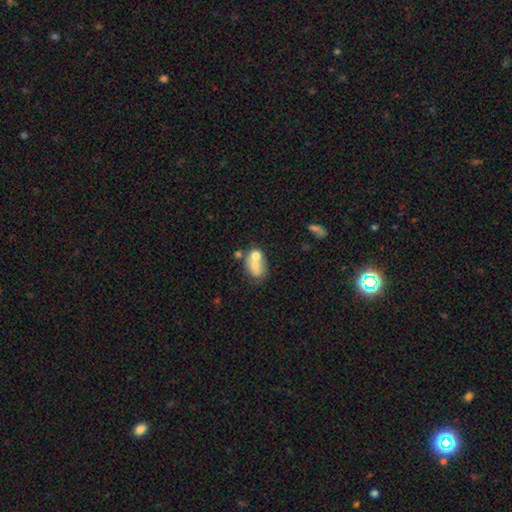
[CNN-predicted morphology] Smooth or featured? Predicted: smooth (p=0.63). How rounded? Predicted: in between (p=0.76). Merging? Predicted: merger (p=0.50).